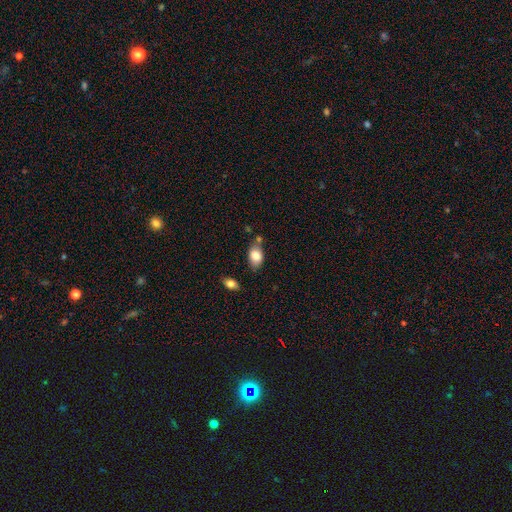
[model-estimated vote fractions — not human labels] Overall: smooth (81%). How rounded: in between (86%). Merging: none (69%).